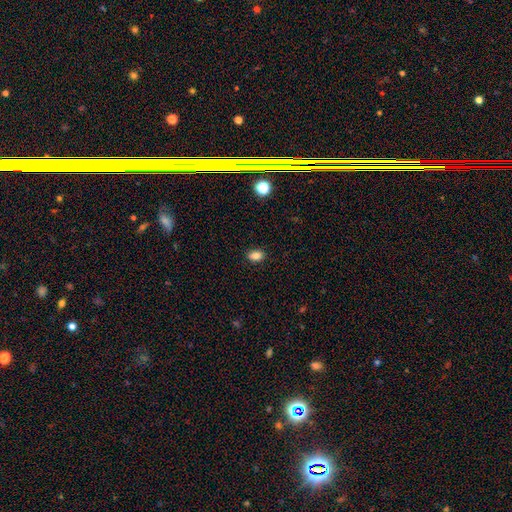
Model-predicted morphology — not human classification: A smooth galaxy with no disk features (84%) that is in between round and cigar-shaped (79%).

Vote fractions:
- Smooth or featured? smooth: 84% / star or artifact: 11% / featured or disk: 5%
- How rounded? in between: 79% / round: 19% / cigar-shaped: 2%
- Merging? none: 89% / minor disturbance: 8% / major disturbance: 2% / merger: 1%